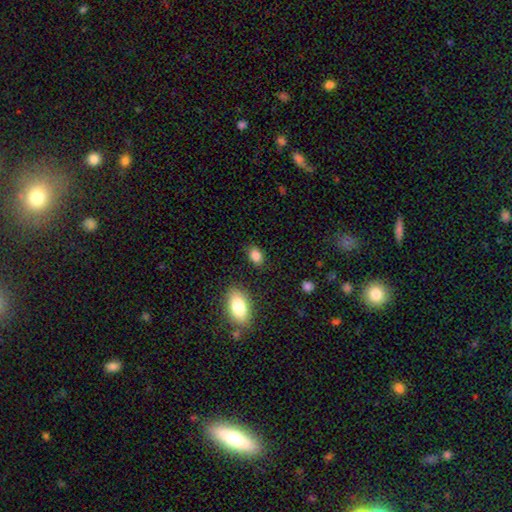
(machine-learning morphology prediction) smooth 86%, star or artifact 9%, featured or disk 5%. Down the decision tree: how rounded — in between (82%); merging — none (84%).